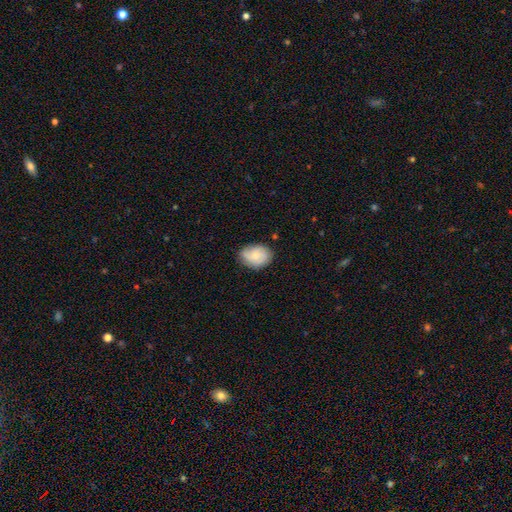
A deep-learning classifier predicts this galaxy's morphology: A smooth galaxy with no disk features (66%) that is in between round and cigar-shaped (66%).

Vote fractions:
- Smooth or featured? smooth: 66% / featured or disk: 27% / star or artifact: 7%
- How rounded? in between: 66% / round: 33% / cigar-shaped: 1%
- Merging? none: 73% / minor disturbance: 21% / major disturbance: 4% / merger: 1%